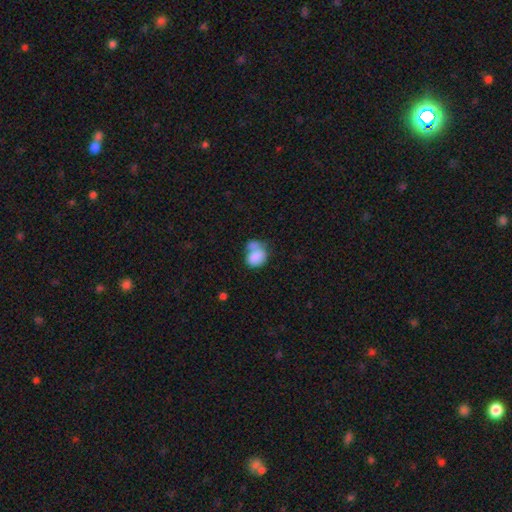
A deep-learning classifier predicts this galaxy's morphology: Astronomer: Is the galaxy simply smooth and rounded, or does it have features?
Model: smooth — 80%.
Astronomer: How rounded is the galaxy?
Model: in between — 50% (runner-up: round, 49%).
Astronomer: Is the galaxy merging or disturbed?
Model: merger — 46% (runner-up: none, 25%).